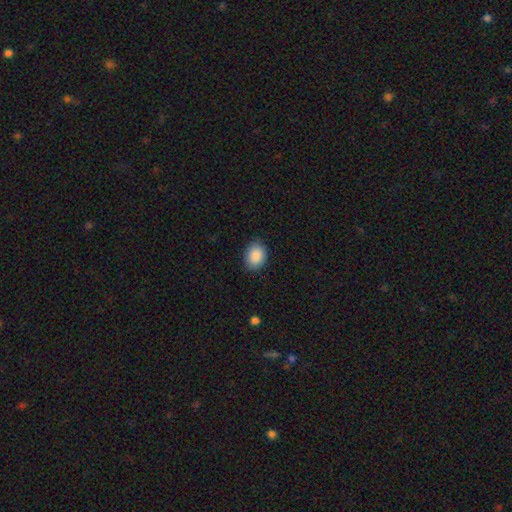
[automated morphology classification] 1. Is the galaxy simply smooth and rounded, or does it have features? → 89% smooth, 7% star or artifact, 3% featured or disk.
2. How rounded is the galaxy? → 64% in between, 35% round, 1% cigar-shaped.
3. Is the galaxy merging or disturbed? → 86% none, 10% minor disturbance, 2% major disturbance, 1% merger.